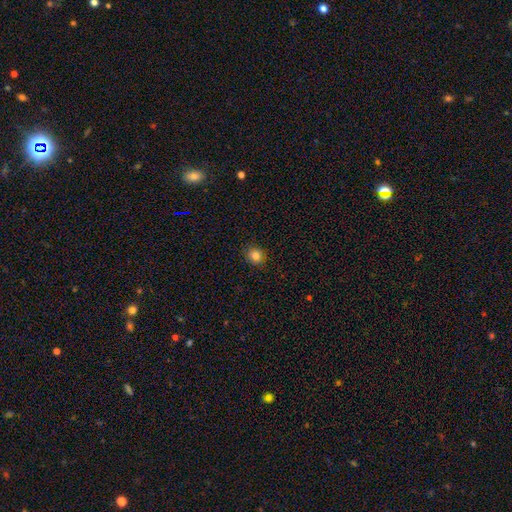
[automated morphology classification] Smooth or featured?
  - smooth: 83% *
  - star or artifact: 12%
  - featured or disk: 5%
How rounded?
  - round: 82% *
  - in between: 17%
  - cigar-shaped: 1%
Merging?
  - none: 90% *
  - minor disturbance: 7%
  - major disturbance: 2%
  - merger: 1%